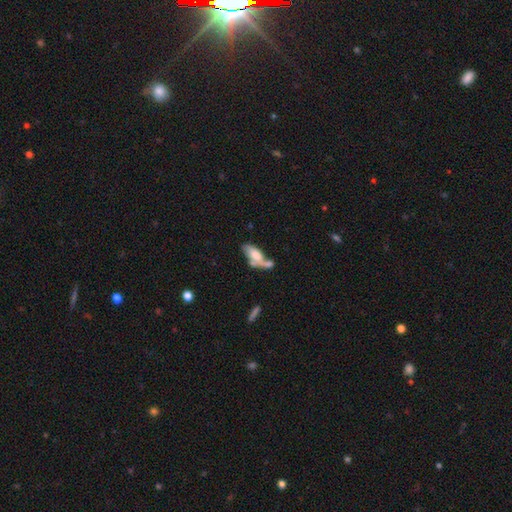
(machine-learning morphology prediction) smooth-or-featured: smooth: 54% | featured or disk: 38% | star or artifact: 8%
  how-rounded: in between: 79% | cigar-shaped: 18% | round: 3%
  merging: merger: 43% | none: 25% | minor disturbance: 16% | major disturbance: 16%